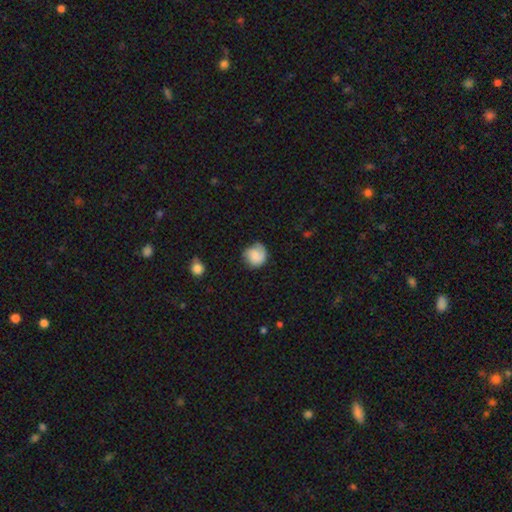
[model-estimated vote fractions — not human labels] The model was most divided on "smooth or featured": smooth: 55%, featured or disk: 37%, star or artifact: 7%. More confident: how rounded — round (85%); merging — none (67%).